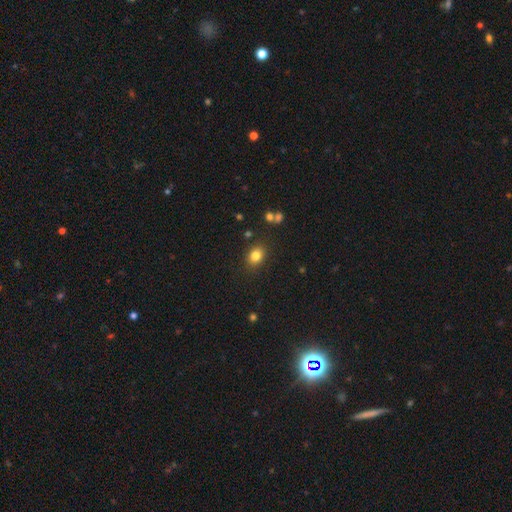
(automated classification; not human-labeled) This appears to be a smooth galaxy with no disk features (82%) that is in between round and cigar-shaped (57%). Merging: none (83%).